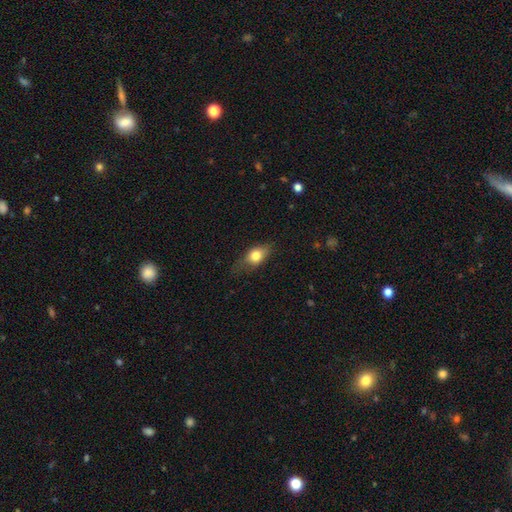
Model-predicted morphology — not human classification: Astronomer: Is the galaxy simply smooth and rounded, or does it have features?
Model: smooth — 73%.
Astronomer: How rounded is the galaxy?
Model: in between — 73%.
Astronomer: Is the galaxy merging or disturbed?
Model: none — 61%.